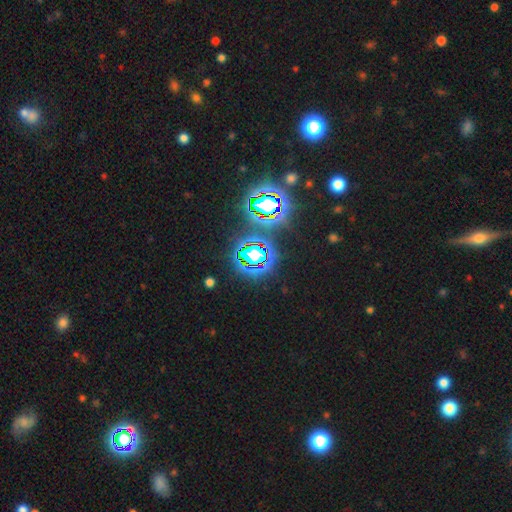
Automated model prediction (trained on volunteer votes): smooth-or-featured: star or artifact: 81% | smooth: 12% | featured or disk: 8%